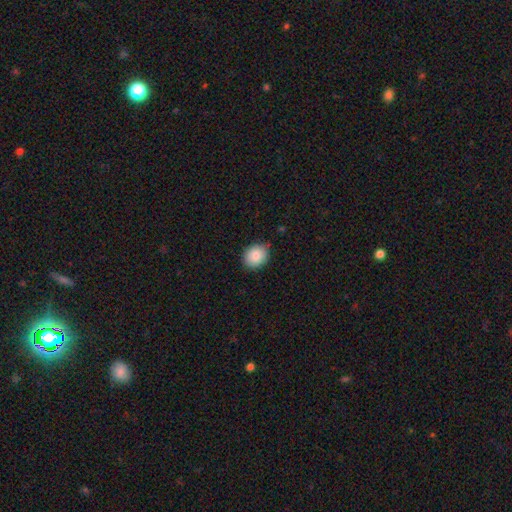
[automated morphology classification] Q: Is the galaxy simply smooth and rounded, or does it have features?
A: smooth — 86%.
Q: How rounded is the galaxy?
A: round — 64%.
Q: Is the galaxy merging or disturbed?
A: none — 83%.